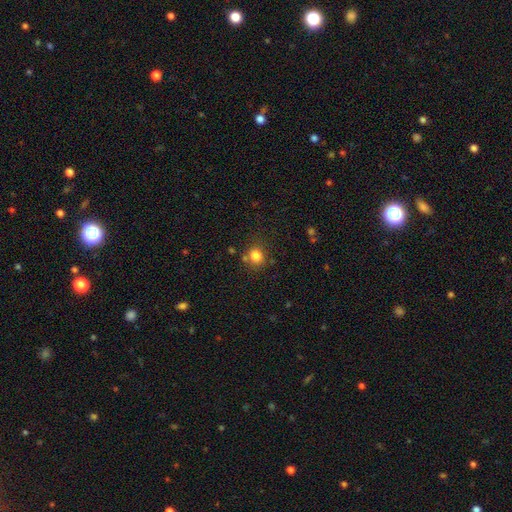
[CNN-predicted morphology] smooth_or_featured: smooth (p=0.82) [alt: star or artifact p=0.12]
how_rounded: round (p=0.75) [alt: in between p=0.24]
merging: none (p=0.71) [alt: minor disturbance p=0.14]